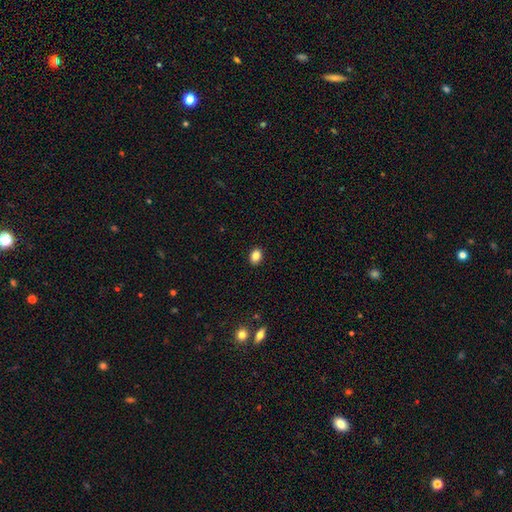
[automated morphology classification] type=smooth (86%); roundness=in between (70%); merging=none (90%).